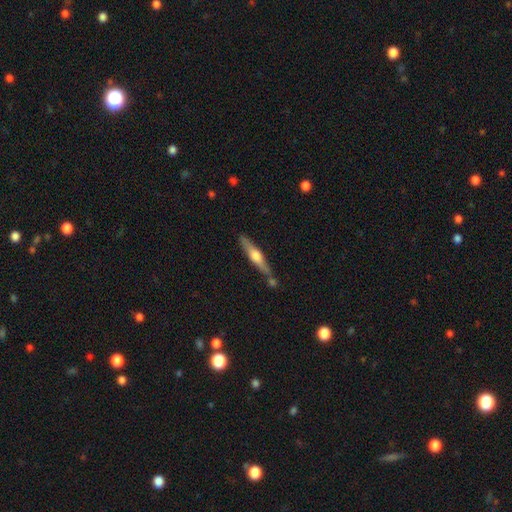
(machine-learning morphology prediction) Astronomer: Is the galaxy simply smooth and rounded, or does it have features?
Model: featured or disk — 62%.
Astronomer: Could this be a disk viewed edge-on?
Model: yes — 96%.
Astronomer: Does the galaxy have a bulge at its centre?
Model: rounded — 90%.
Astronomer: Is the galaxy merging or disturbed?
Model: none — 75%.